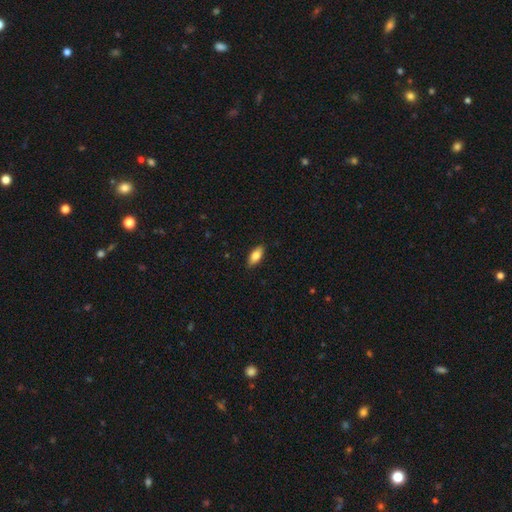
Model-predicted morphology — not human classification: Overall: smooth (79%). How rounded: in between (84%). Merging: none (87%).